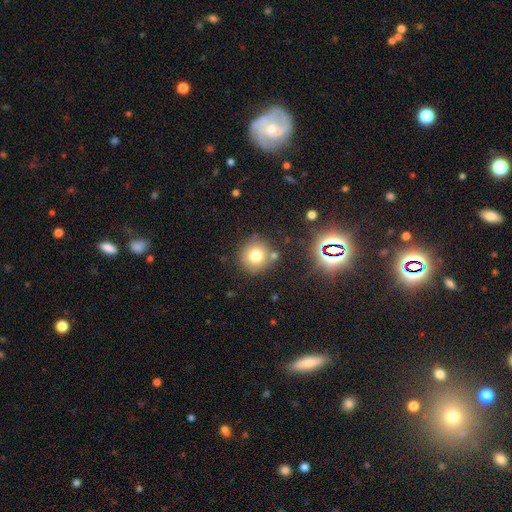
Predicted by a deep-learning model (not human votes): A smooth galaxy with no disk features (75%) that is round (93%). Merging: none (79%).